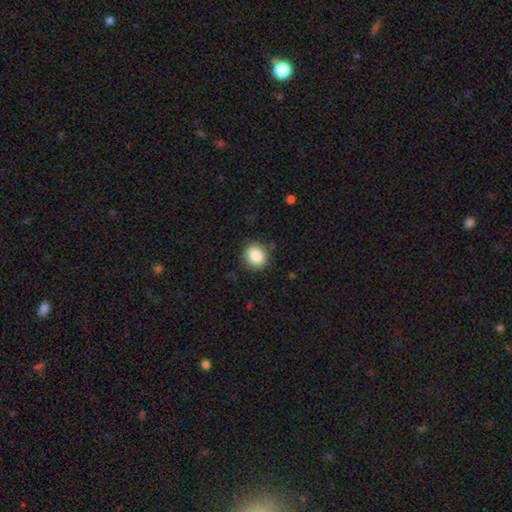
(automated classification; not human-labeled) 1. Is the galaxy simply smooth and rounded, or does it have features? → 86% smooth, 9% star or artifact, 5% featured or disk.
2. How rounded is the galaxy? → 67% round, 32% in between, 1% cigar-shaped.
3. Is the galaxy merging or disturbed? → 85% none, 11% minor disturbance, 3% major disturbance, 1% merger.